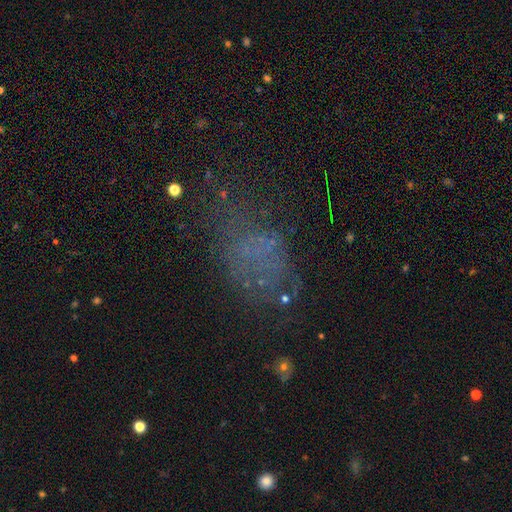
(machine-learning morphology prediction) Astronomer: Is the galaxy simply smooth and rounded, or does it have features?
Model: smooth — 40% (runner-up: star or artifact, 33%).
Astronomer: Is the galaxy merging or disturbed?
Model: none — 48% (runner-up: major disturbance, 28%).